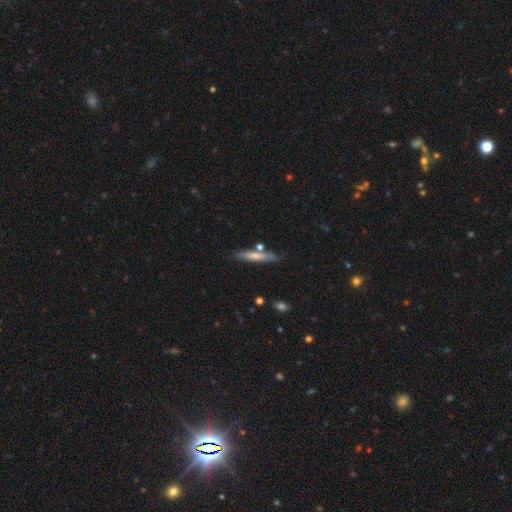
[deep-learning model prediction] A smooth galaxy with no disk features (65%) that is cigar-shaped (90%).

Vote fractions:
- Smooth or featured? smooth: 65% / featured or disk: 29% / star or artifact: 6%
- How rounded? cigar-shaped: 90% / in between: 8% / round: 2%
- Merging? none: 76% / minor disturbance: 13% / merger: 7% / major disturbance: 3%